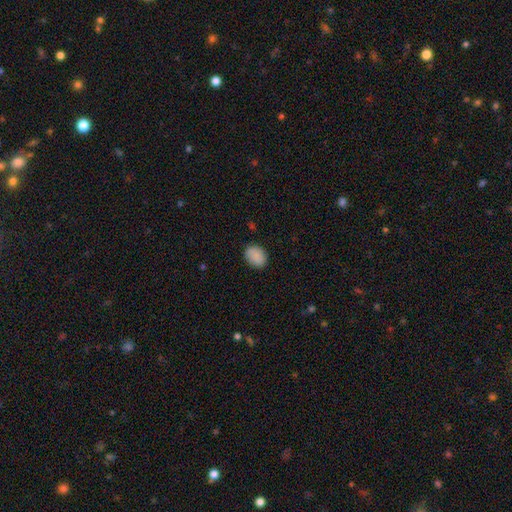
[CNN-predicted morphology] smooth_or_featured: smooth (p=0.88) [alt: star or artifact p=0.08]
how_rounded: in between (p=0.63) [alt: round p=0.36]
merging: none (p=0.84) [alt: minor disturbance p=0.12]